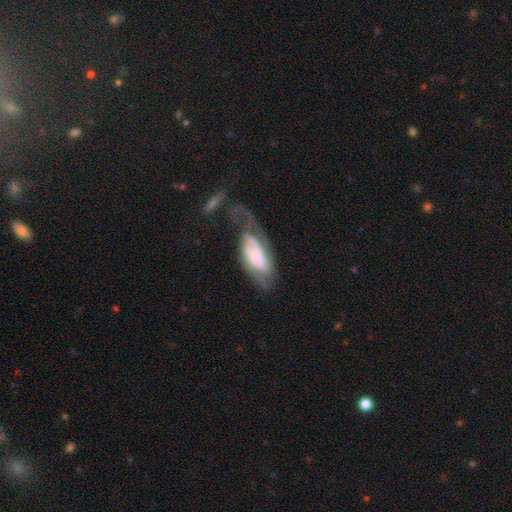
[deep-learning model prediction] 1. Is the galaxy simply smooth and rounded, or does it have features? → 66% featured or disk, 27% smooth, 7% star or artifact.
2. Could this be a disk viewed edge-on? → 90% no, 10% yes.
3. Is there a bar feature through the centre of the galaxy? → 54% no, 33% weak, 13% strong.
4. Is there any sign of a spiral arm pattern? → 80% yes, 20% no.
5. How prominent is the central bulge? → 41% small, 24% moderate, 18% none, 13% large, 4% dominant.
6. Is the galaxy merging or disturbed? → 45% major disturbance, 25% none, 22% minor disturbance, 8% merger.